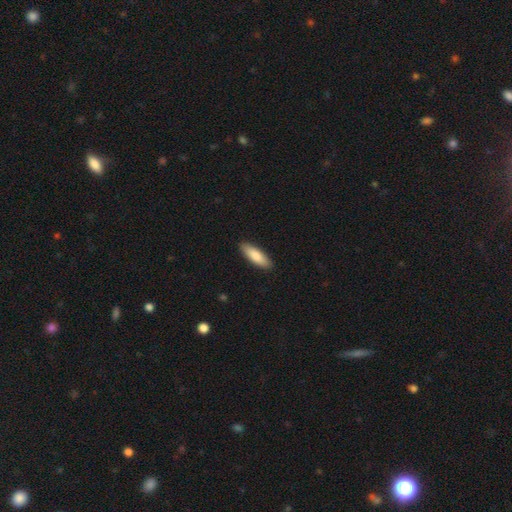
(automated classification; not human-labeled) Morphology: type=smooth (85%); roundness=in between (55%); merging=none (89%).